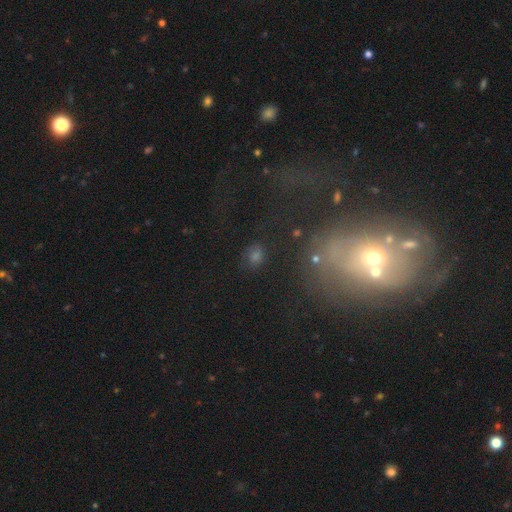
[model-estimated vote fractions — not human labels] Morphology: type=smooth (57%); roundness=round (56%); merging=none (75%).